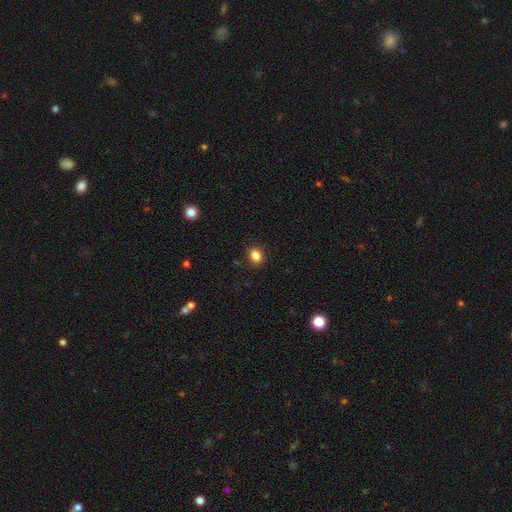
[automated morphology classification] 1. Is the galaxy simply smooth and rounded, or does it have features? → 85% smooth, 11% star or artifact, 4% featured or disk.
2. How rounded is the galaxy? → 58% round, 41% in between, 1% cigar-shaped.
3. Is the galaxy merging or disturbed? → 89% none, 7% minor disturbance, 2% major disturbance, 1% merger.